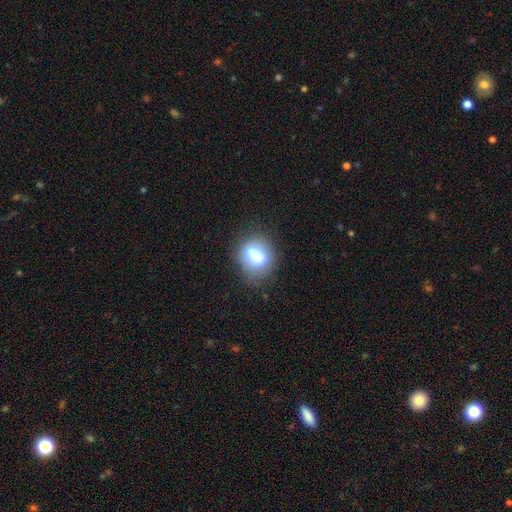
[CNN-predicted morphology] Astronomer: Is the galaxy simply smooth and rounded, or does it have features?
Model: smooth — 69%.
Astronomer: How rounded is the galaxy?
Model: round — 50% (runner-up: in between, 46%).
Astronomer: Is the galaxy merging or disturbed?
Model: none — 71%.